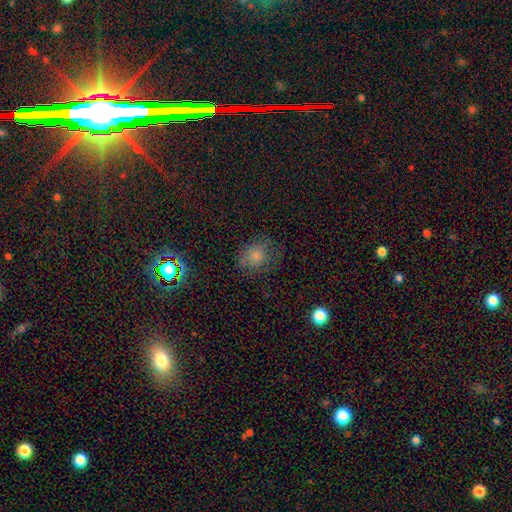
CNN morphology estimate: smooth 73%, star or artifact 17%, featured or disk 10%. Down the decision tree: how rounded — round (66%); merging — none (65%).